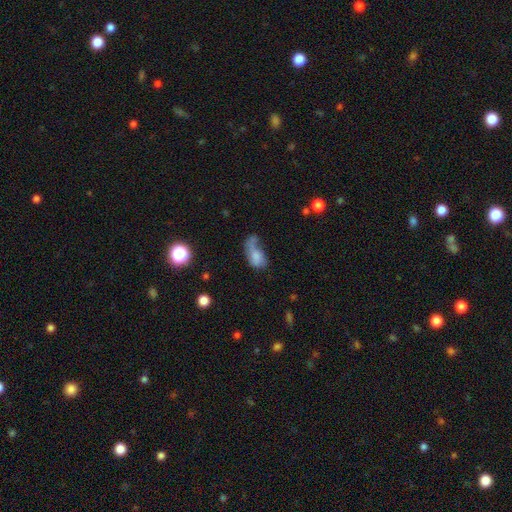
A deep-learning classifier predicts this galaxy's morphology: This is likely a smooth galaxy (64%). How rounded: clearly in between (87%). Merging: marginally major disturbance (41%).